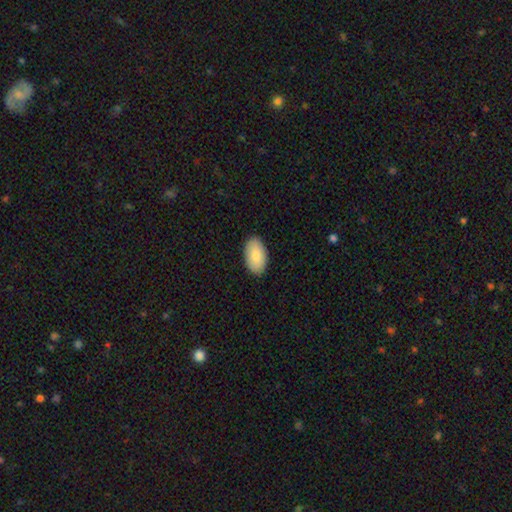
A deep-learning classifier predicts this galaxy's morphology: type=smooth (87%); roundness=in between (96%); merging=none (89%).